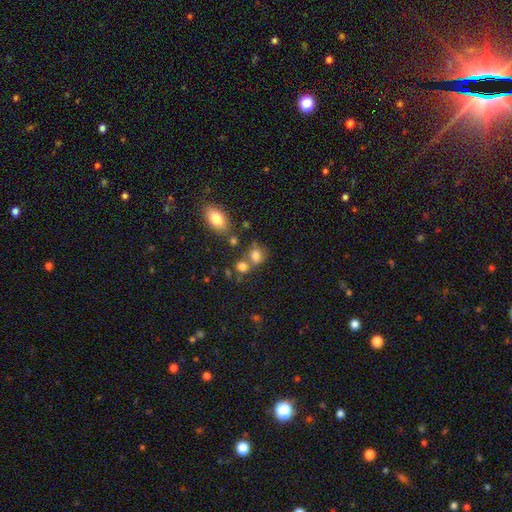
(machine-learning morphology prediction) smooth_or_featured: smooth (p=0.79) [alt: star or artifact p=0.12]
how_rounded: round (p=0.56) [alt: in between p=0.42]
merging: none (p=0.48) [alt: merger p=0.32]